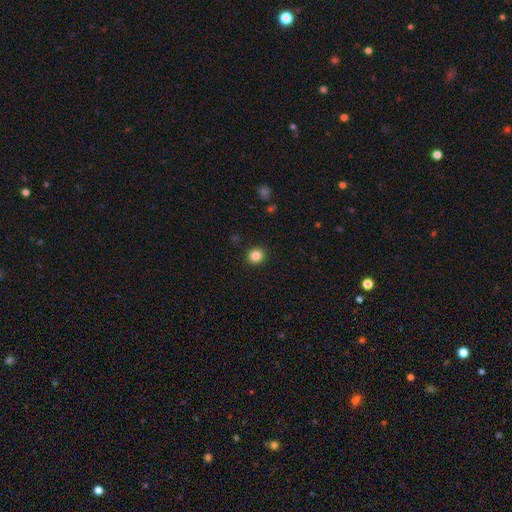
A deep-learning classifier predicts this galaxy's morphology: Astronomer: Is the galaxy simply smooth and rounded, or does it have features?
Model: smooth — 84%.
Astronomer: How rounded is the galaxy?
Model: round — 85%.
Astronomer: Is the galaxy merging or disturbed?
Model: none — 92%.